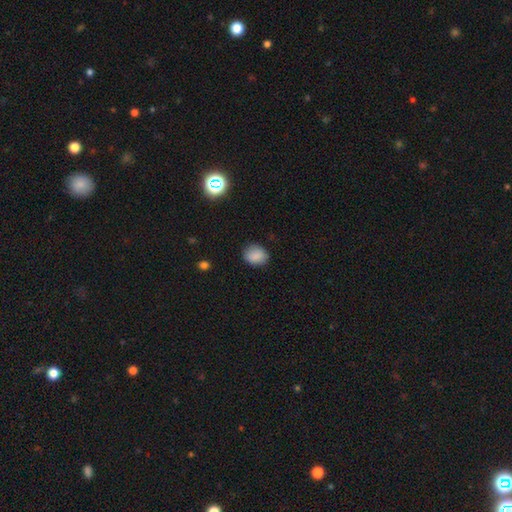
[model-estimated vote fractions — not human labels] The model was most divided on "how rounded": round: 52%, in between: 47%, cigar-shaped: 1%. More confident: smooth or featured — smooth (87%); merging — none (83%).